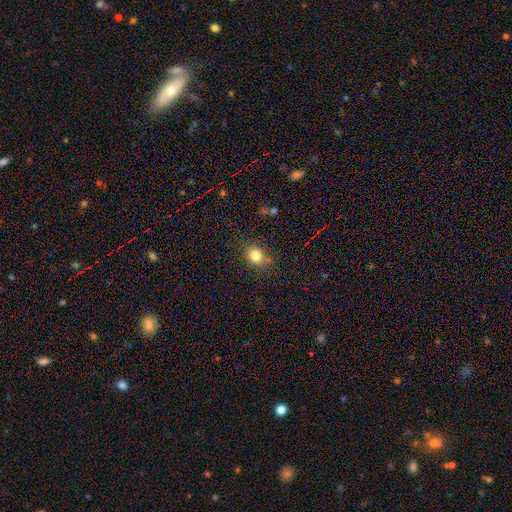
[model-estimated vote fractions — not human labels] smooth 81%, star or artifact 12%, featured or disk 7%. Down the decision tree: how rounded — round (63%); merging — none (82%).